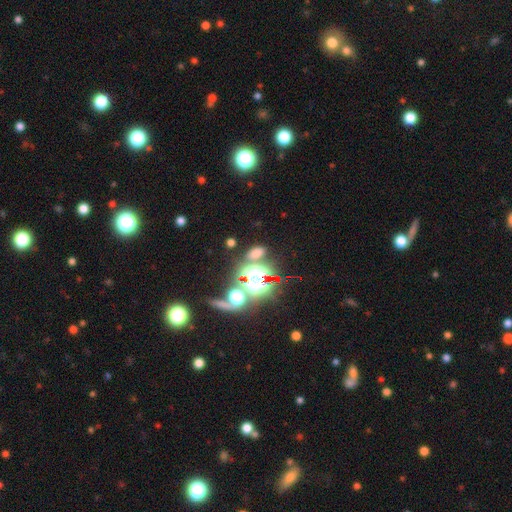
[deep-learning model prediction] star or artifact 65%, smooth 22%, featured or disk 13%.